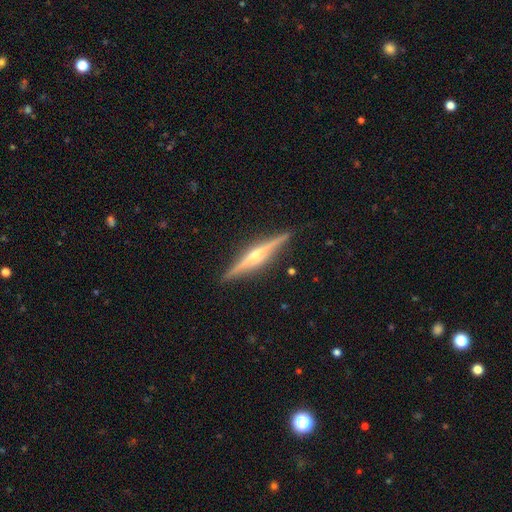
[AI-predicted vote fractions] This is clearly a featured or disk galaxy (82%). It is clearly viewed edge-on (98%). Edge-on bulge: clearly rounded (87%). Merging: clearly none (90%).